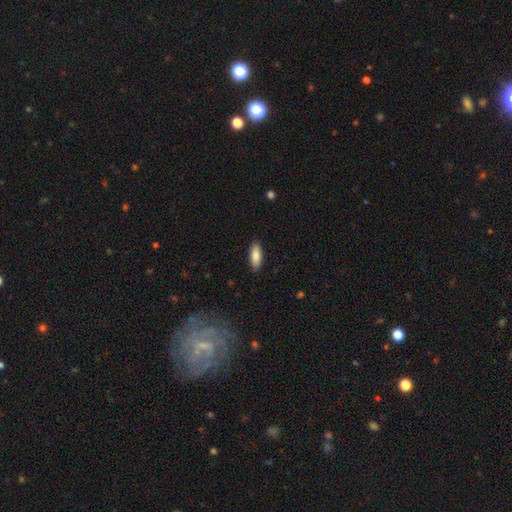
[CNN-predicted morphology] This appears to be a smooth galaxy with no disk features (87%) that is in between round and cigar-shaped (76%). Merging: none (88%).